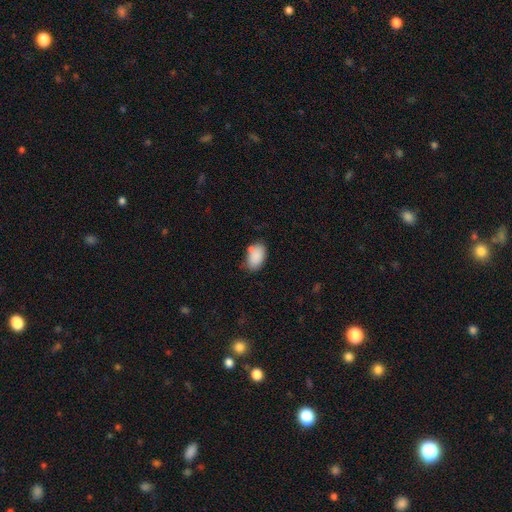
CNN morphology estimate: Smooth or featured?
  - smooth: 86% *
  - star or artifact: 8%
  - featured or disk: 6%
How rounded?
  - in between: 90% *
  - round: 8%
  - cigar-shaped: 1%
Merging?
  - none: 64% *
  - minor disturbance: 23%
  - merger: 7%
  - major disturbance: 6%